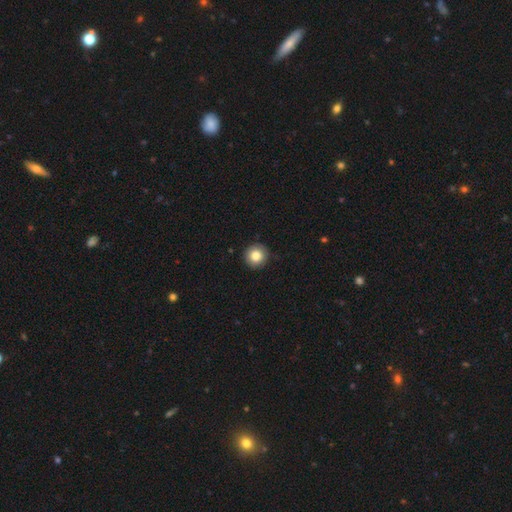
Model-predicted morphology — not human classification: Smooth or featured? smooth (83%)
How rounded? round (95%)
Merging? none (91%)